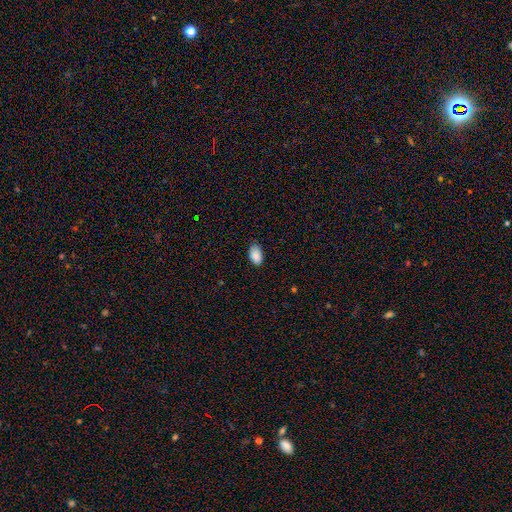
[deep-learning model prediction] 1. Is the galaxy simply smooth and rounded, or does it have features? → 88% smooth, 7% star or artifact, 5% featured or disk.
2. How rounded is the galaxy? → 93% in between, 6% round, 1% cigar-shaped.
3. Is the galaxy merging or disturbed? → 80% none, 17% minor disturbance, 3% major disturbance, 1% merger.